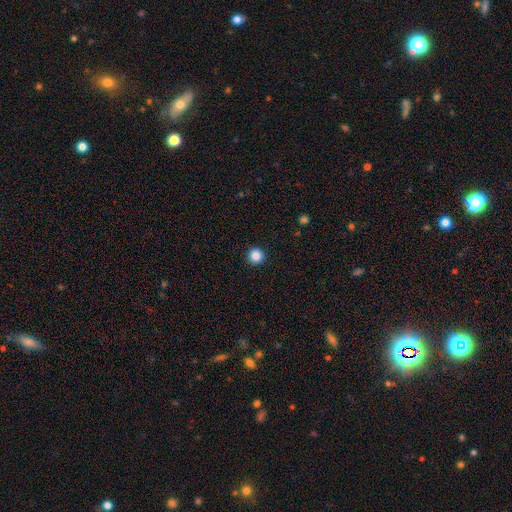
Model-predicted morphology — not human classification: Overall: smooth (86%). How rounded: round (96%). Merging: none (93%).